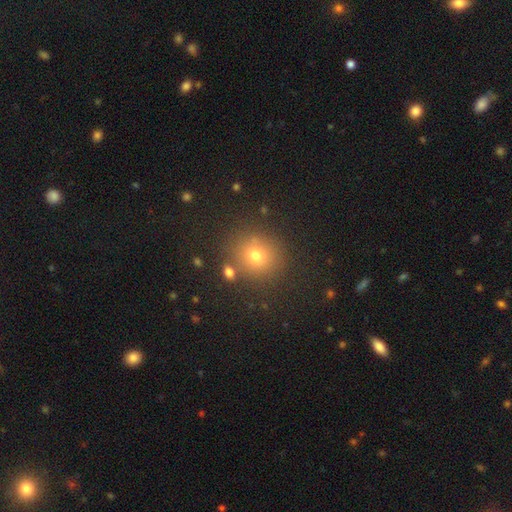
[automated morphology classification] Smooth or featured? Predicted: smooth (p=0.72). How rounded? Predicted: round (p=0.88). Merging? Predicted: none (p=0.82).